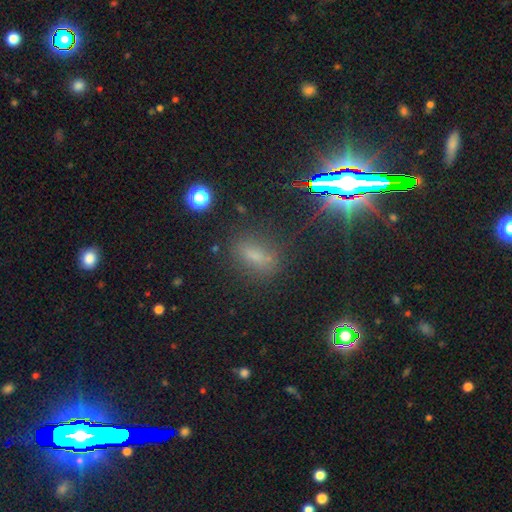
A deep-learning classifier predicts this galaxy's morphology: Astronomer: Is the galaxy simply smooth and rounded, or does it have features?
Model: smooth — 55% (runner-up: star or artifact, 34%).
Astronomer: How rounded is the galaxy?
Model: in between — 73%.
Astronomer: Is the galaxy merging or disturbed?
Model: none — 76%.